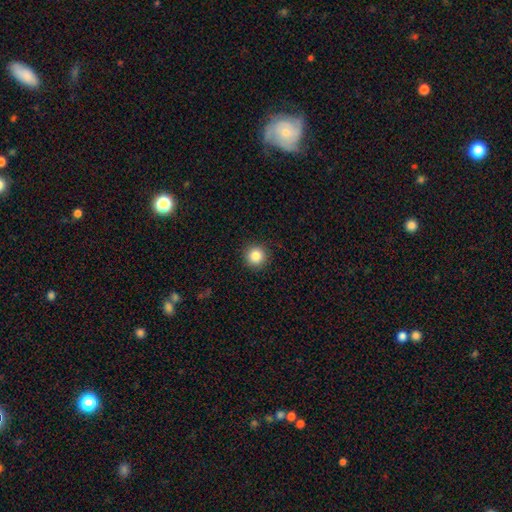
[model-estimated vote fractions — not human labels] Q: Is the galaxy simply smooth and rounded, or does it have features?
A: smooth — 86%.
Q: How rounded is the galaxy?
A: round — 95%.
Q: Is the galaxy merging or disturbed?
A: none — 92%.